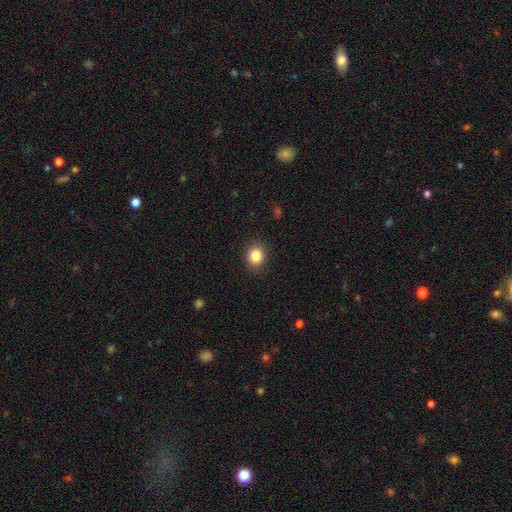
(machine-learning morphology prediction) Smooth or featured? smooth (85%)
How rounded? round (68%)
Merging? none (89%)